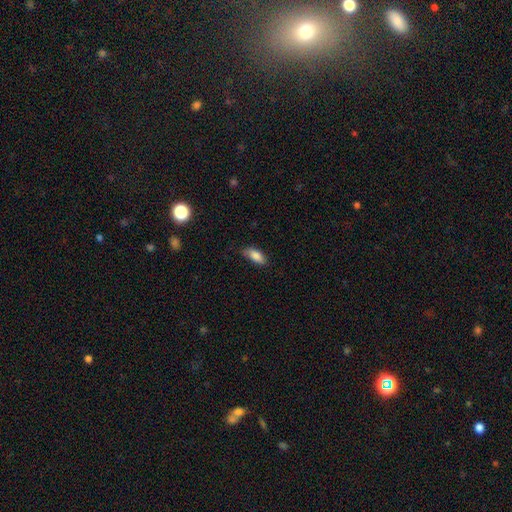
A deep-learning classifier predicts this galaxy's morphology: Overall: smooth (85%). How rounded: in between (85%). Merging: none (67%).